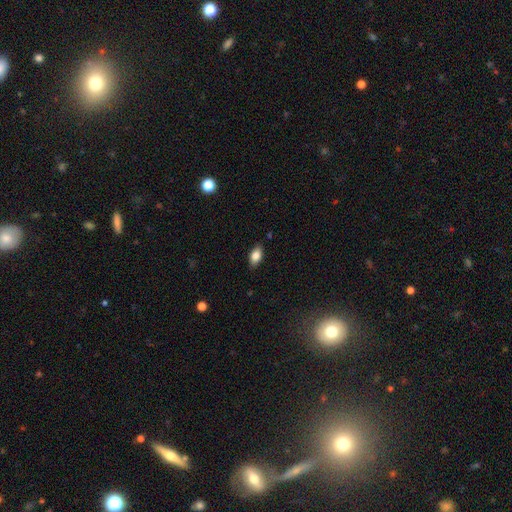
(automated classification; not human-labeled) A smooth galaxy with no disk features (82%) that is in between round and cigar-shaped (89%). Merging: none (85%).